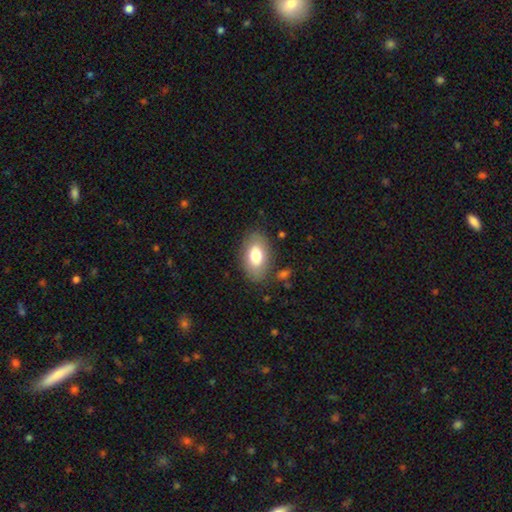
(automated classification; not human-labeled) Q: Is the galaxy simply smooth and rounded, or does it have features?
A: smooth — 76%.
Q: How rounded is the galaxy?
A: in between — 91%.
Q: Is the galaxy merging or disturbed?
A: none — 82%.